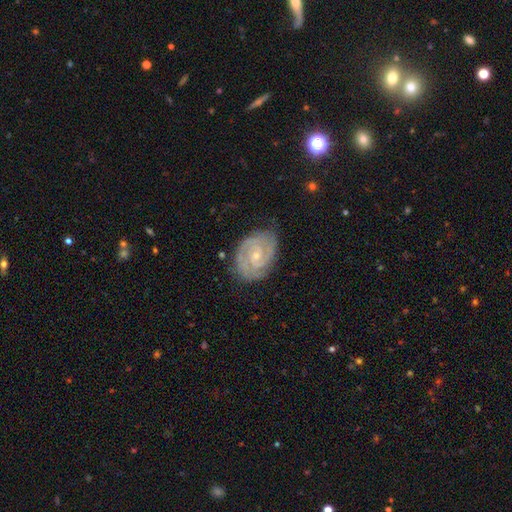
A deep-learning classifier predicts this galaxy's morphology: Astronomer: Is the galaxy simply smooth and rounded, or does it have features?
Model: featured or disk — 89%.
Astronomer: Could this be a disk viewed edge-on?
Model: no — 98%.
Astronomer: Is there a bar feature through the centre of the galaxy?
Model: no — 59%.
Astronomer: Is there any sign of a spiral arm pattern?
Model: yes — 98%.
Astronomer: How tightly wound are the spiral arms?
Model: tight — 72%.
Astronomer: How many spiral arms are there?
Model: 2 — 67%.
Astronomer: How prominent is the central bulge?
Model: small — 69%.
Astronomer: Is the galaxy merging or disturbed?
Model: none — 77%.